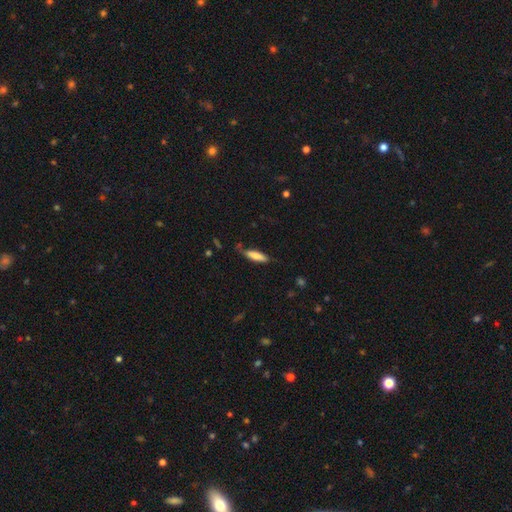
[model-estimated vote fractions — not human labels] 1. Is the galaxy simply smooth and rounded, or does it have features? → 75% smooth, 19% featured or disk, 6% star or artifact.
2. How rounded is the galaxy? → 65% cigar-shaped, 33% in between, 2% round.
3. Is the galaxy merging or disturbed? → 68% none, 24% minor disturbance, 5% major disturbance, 3% merger.